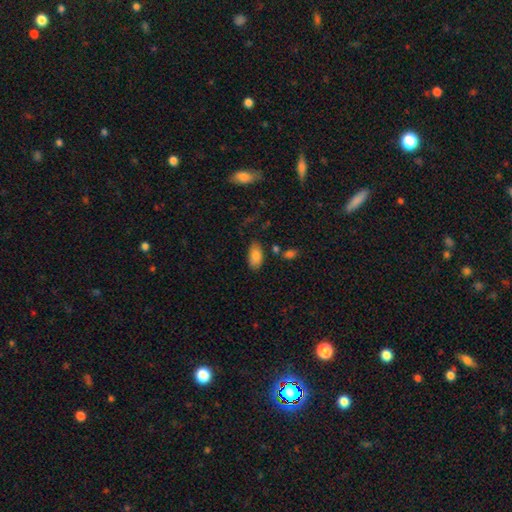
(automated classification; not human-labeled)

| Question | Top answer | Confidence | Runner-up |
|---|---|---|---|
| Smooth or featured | smooth | 85% | featured or disk (8%) |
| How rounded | in between | 93% | cigar-shaped (4%) |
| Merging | none | 74% | minor disturbance (17%) |